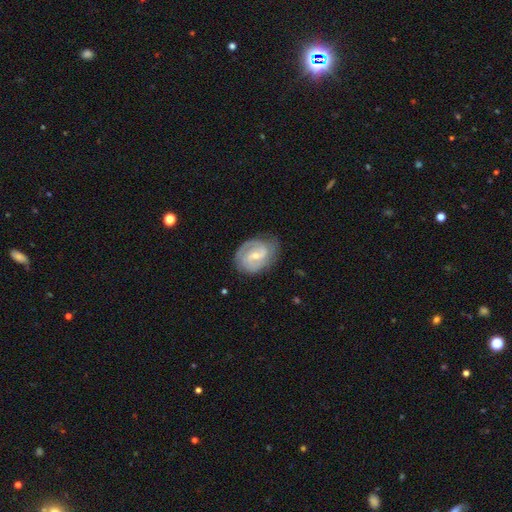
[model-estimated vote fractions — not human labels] smooth_or_featured: featured or disk (p=0.83) [alt: smooth p=0.13]
disk_edge_on: no (p=0.98) [alt: yes p=0.02]
bar: weak (p=0.57) [alt: no p=0.26]
has_spiral_arms: yes (p=0.95) [alt: no p=0.05]
spiral_winding: tight (p=0.49) [alt: medium p=0.41]
spiral_arm_count: 2 (p=0.69) [alt: can't tell p=0.14]
bulge_size: small (p=0.60) [alt: moderate p=0.36]
merging: none (p=0.73) [alt: minor disturbance p=0.19]